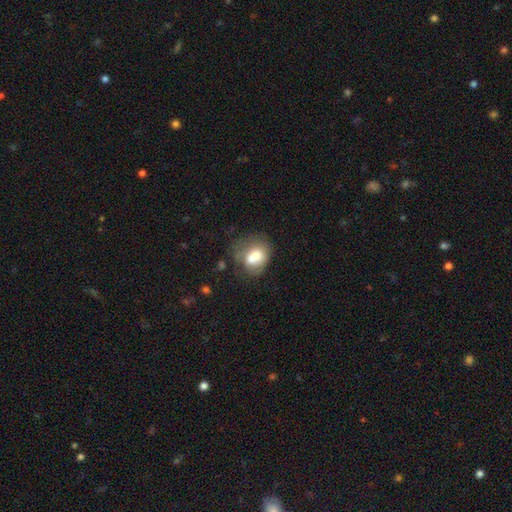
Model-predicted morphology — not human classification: type=smooth (66%); roundness=round (50%); merging=merger (39%).